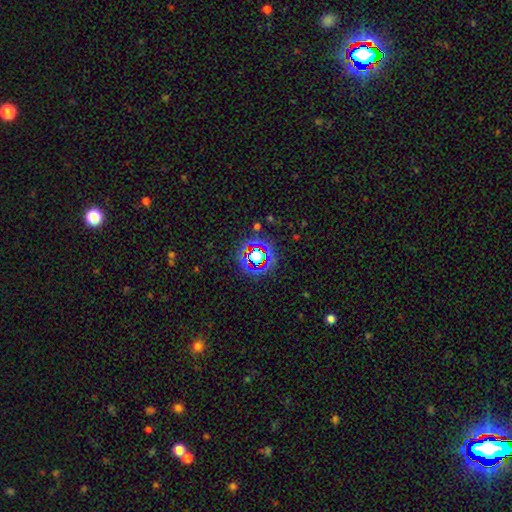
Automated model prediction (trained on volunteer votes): smooth-or-featured: star or artifact: 61% | smooth: 25% | featured or disk: 13%